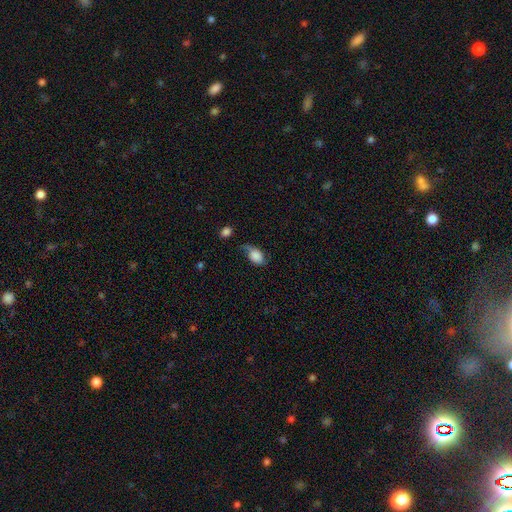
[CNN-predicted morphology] This is likely a smooth galaxy (77%). How rounded: clearly in between (82%). Merging: marginally minor disturbance (35%).